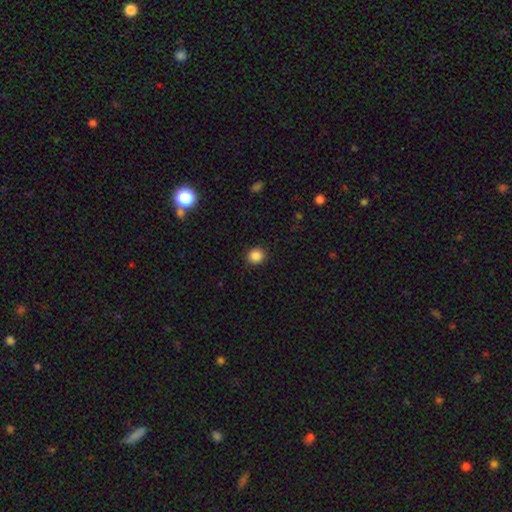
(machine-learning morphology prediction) This is clearly a smooth galaxy (86%). How rounded: clearly round (86%). Merging: clearly none (91%).